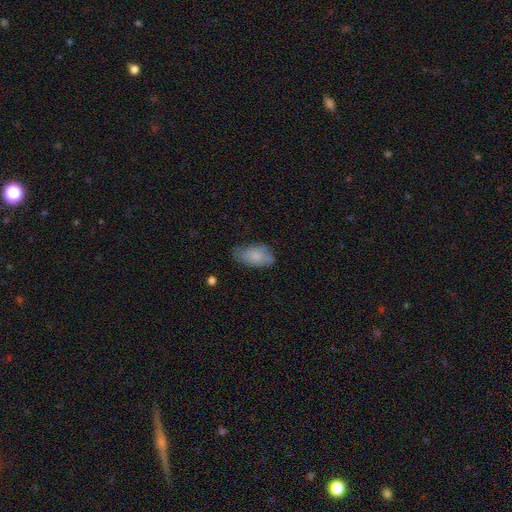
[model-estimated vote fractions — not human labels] Smooth or featured: smooth — 79% (featured or disk — 14%)
How rounded: in between — 93% (round — 4%)
Merging: none — 60% (minor disturbance — 30%)